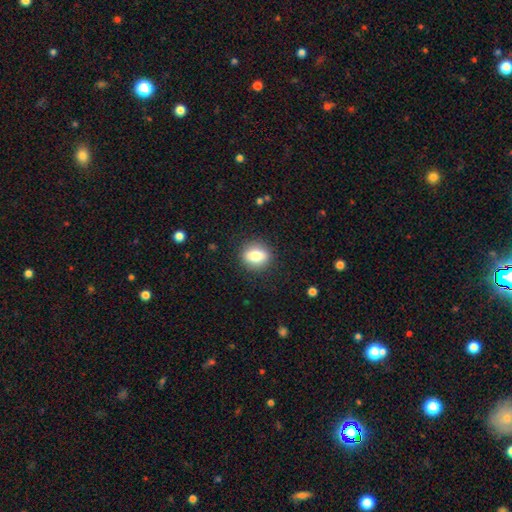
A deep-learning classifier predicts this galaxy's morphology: Smooth or featured? smooth (82%)
How rounded? round (50%)
Merging? none (88%)